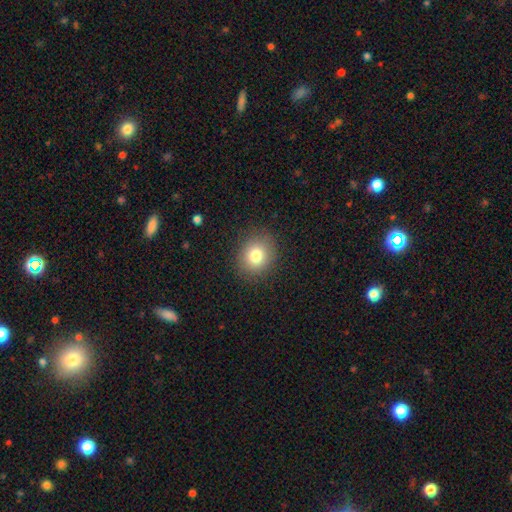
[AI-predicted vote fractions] Smooth or featured? smooth (80%)
How rounded? round (75%)
Merging? none (88%)